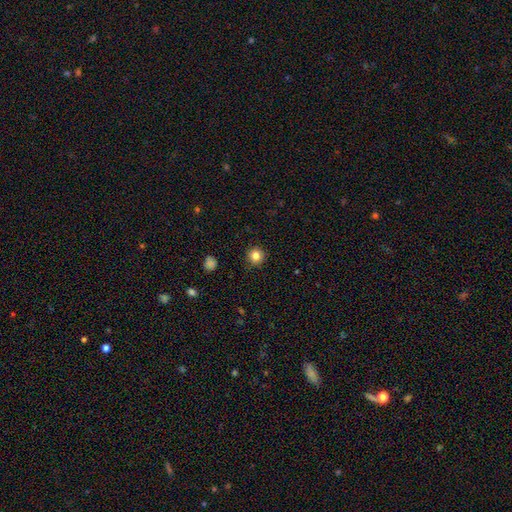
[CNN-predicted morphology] Smooth or featured: smooth — 83% (star or artifact — 12%)
How rounded: round — 95% (in between — 4%)
Merging: none — 91% (minor disturbance — 6%)